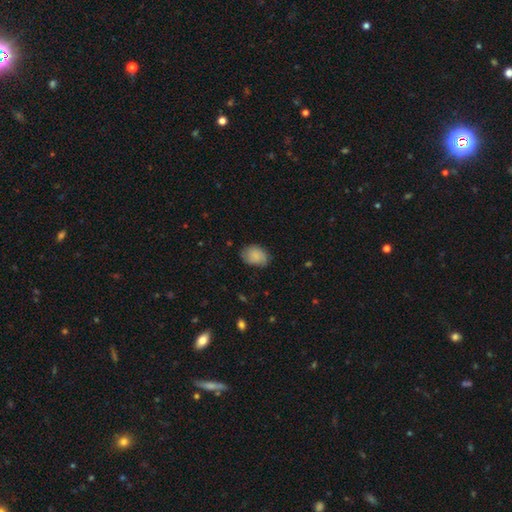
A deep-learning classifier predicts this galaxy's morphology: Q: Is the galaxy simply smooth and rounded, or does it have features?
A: smooth — 71%.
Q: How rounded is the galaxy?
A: in between — 72%.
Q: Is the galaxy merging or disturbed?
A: none — 70%.